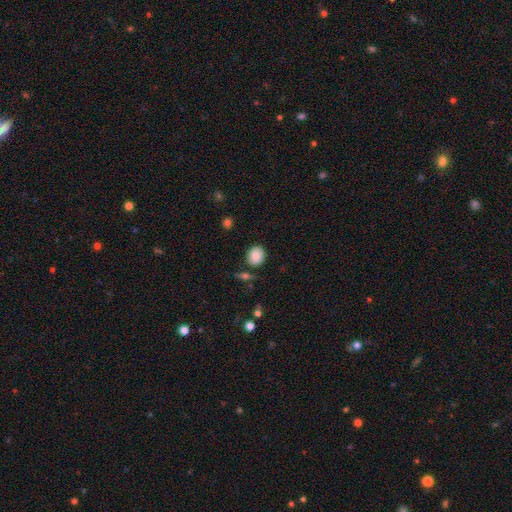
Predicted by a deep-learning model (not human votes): Q: Smooth or featured?
A: smooth (86%); runner-up: star or artifact (8%)
Q: How rounded?
A: round (66%); runner-up: in between (33%)
Q: Merging?
A: none (78%); runner-up: minor disturbance (14%)